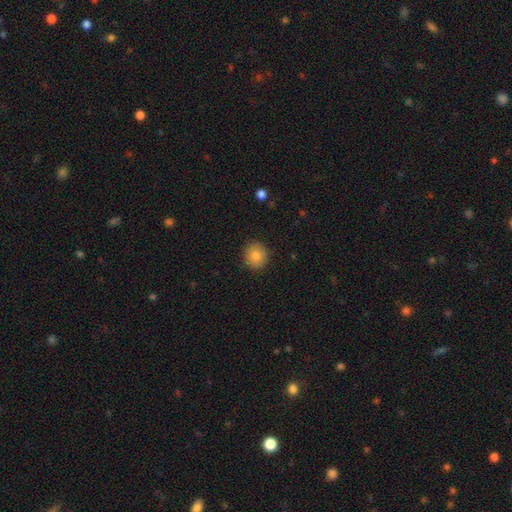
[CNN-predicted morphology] A smooth galaxy with no disk features (83%) that is round (90%).

Vote fractions:
- Smooth or featured? smooth: 83% / star or artifact: 9% / featured or disk: 8%
- How rounded? round: 90% / in between: 9% / cigar-shaped: 1%
- Merging? none: 90% / minor disturbance: 7% / major disturbance: 2% / merger: 1%